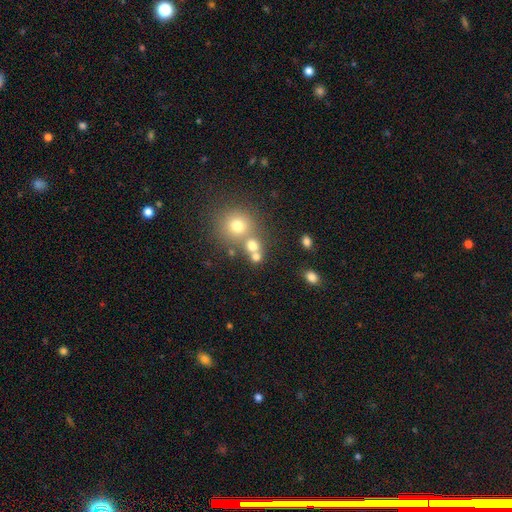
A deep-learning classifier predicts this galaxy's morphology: A smooth galaxy with no disk features (70%) that is round (79%). Merging: none (46%).